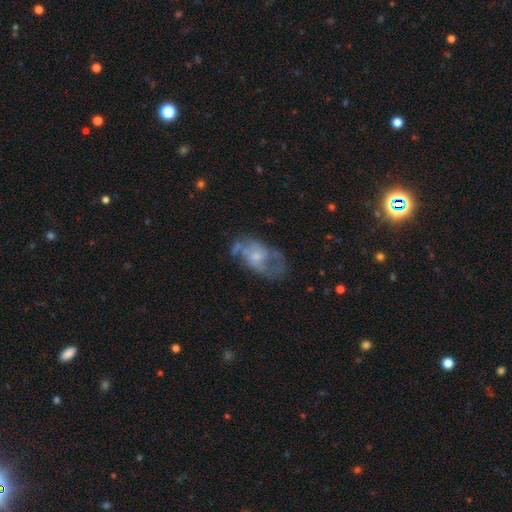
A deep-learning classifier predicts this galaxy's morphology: smooth_or_featured: featured or disk (p=0.68) [alt: smooth p=0.23]
disk_edge_on: no (p=0.95) [alt: yes p=0.05]
bar: no (p=0.72) [alt: weak p=0.24]
has_spiral_arms: yes (p=0.73) [alt: no p=0.27]
bulge_size: small (p=0.50) [alt: moderate p=0.36]
merging: none (p=0.48) [alt: major disturbance p=0.24]